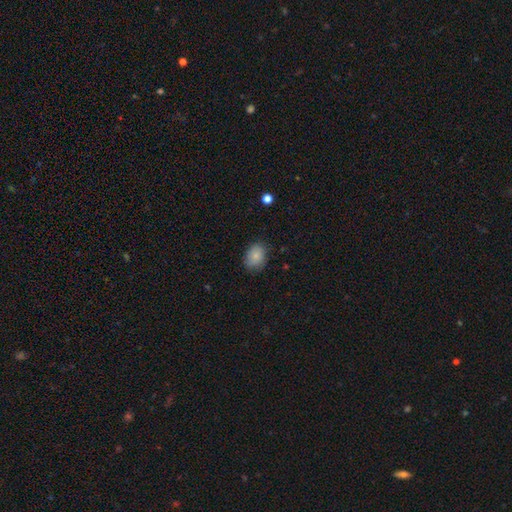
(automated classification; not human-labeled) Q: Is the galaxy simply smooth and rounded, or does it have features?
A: smooth — 84%.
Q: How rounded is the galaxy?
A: in between — 67%.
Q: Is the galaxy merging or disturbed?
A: none — 73%.